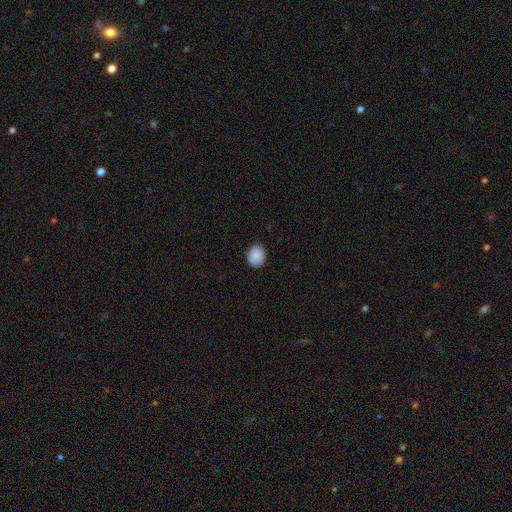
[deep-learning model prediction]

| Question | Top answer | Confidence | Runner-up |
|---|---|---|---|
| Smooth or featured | smooth | 88% | star or artifact (8%) |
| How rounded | round | 61% | in between (38%) |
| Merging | none | 85% | minor disturbance (11%) |